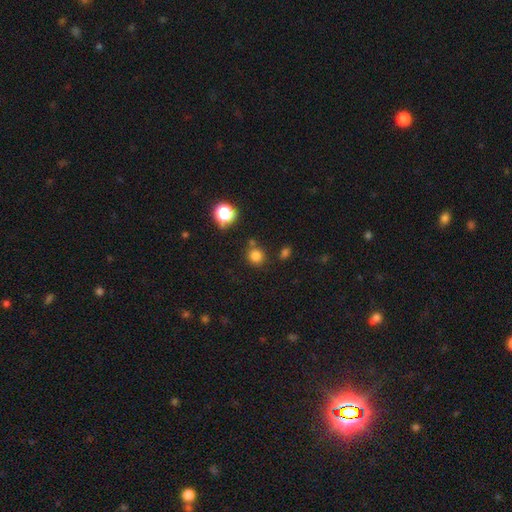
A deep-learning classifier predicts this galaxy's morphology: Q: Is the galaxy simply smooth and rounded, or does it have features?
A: smooth — 79%.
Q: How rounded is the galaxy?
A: round — 84%.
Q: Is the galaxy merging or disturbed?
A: none — 75%.